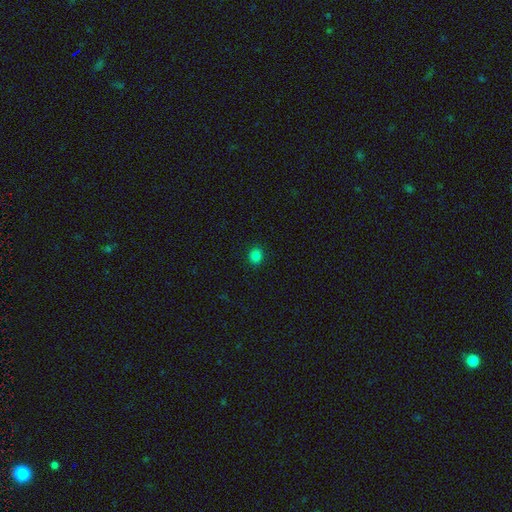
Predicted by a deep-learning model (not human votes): smooth-or-featured: smooth: 82% | star or artifact: 13% | featured or disk: 5%
  how-rounded: round: 68% | in between: 31% | cigar-shaped: 1%
  merging: none: 91% | minor disturbance: 6% | major disturbance: 2% | merger: 1%